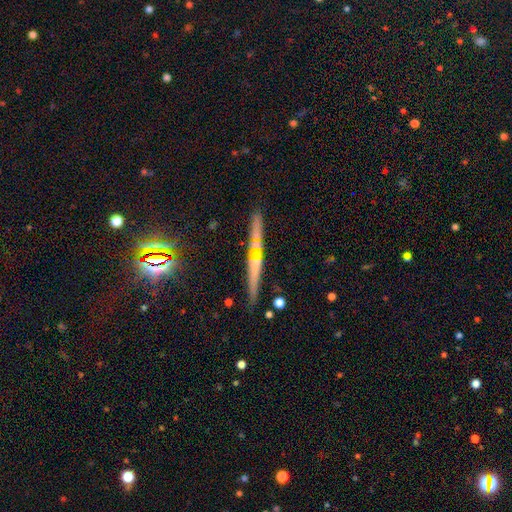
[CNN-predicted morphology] Smooth or featured?
  - featured or disk: 44% * (tied)
  - smooth: 44% * (tied)
  - star or artifact: 12%
Merging?
  - none: 78% *
  - minor disturbance: 12%
  - merger: 7%
  - major disturbance: 3%